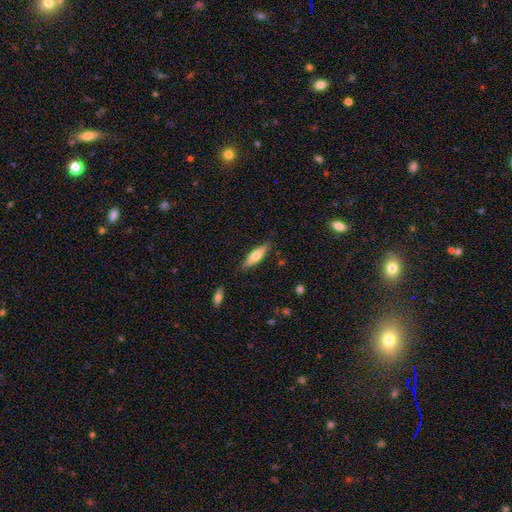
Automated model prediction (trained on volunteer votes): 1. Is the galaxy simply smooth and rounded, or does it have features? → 64% smooth, 30% featured or disk, 6% star or artifact.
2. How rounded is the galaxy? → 57% cigar-shaped, 41% in between, 2% round.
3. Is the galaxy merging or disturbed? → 83% none, 13% minor disturbance, 2% major disturbance, 2% merger.